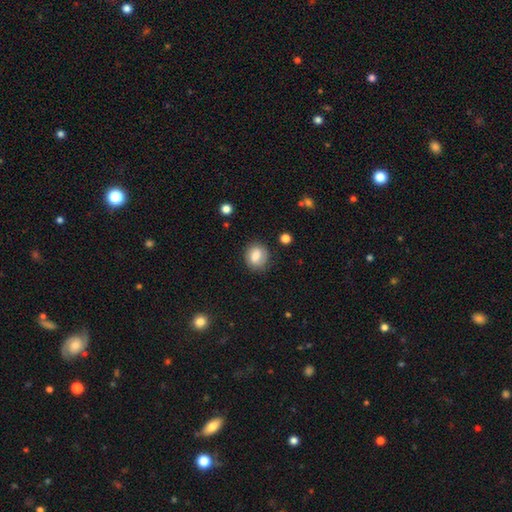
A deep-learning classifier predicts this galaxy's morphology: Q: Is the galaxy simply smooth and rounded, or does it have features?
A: smooth — 75%.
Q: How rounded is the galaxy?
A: round — 67%.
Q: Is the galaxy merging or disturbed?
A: none — 78%.